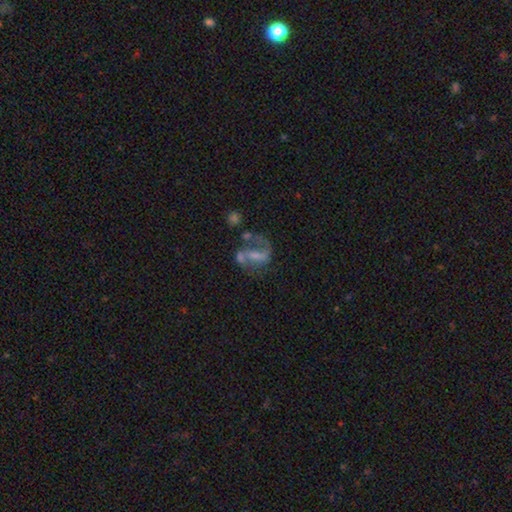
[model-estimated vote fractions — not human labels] Morphology: type=featured or disk (70%); edge-on=no (97%); bar=weak (40%); spiral arms=yes (76%); winding=loose (53%); arm count=2 (70%); bulge=small (38%); merging=none (38%).